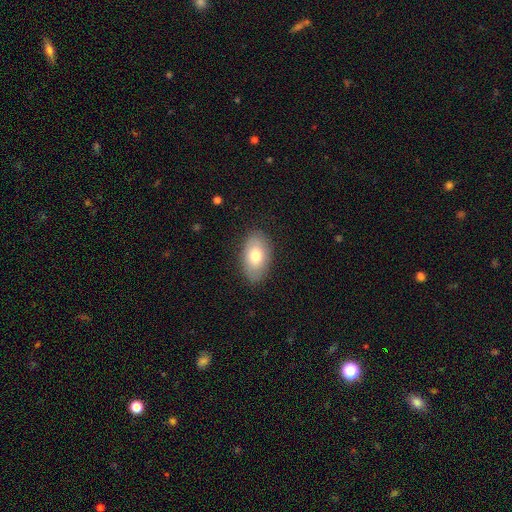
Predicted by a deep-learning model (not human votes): The model was most divided on "smooth or featured": smooth: 72%, featured or disk: 22%, star or artifact: 7%. More confident: how rounded — in between (92%); merging — none (84%).